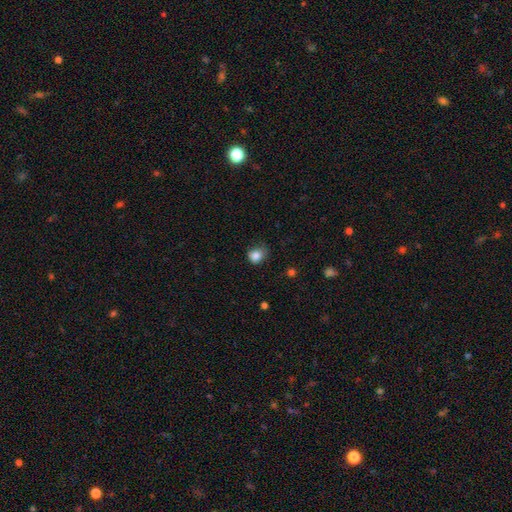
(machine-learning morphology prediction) Smooth or featured: smooth — 83% (star or artifact — 11%)
How rounded: round — 65% (in between — 34%)
Merging: none — 55% (minor disturbance — 33%)